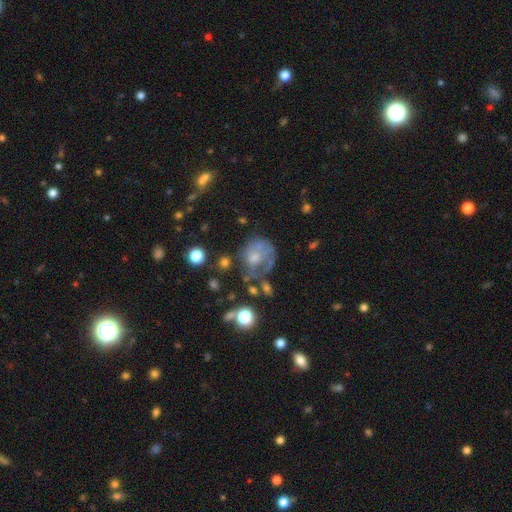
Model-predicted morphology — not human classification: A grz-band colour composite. It shows a smooth galaxy with no disk features (45%). Merging: major disturbance (34%).